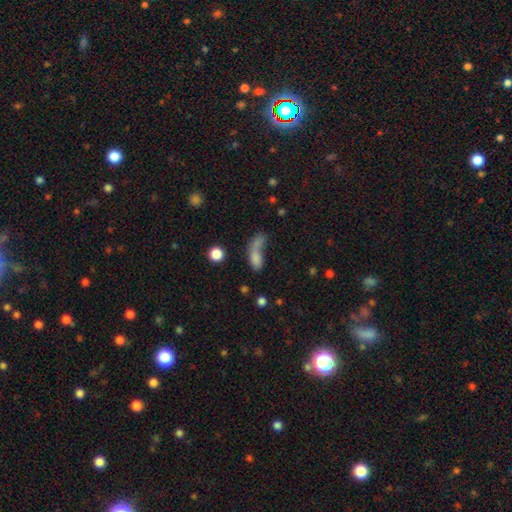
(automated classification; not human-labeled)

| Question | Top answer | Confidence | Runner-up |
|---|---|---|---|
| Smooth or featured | smooth | 73% | featured or disk (14%) |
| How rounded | in between | 68% | cigar-shaped (17%) |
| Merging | merger | 46% | none (27%) |